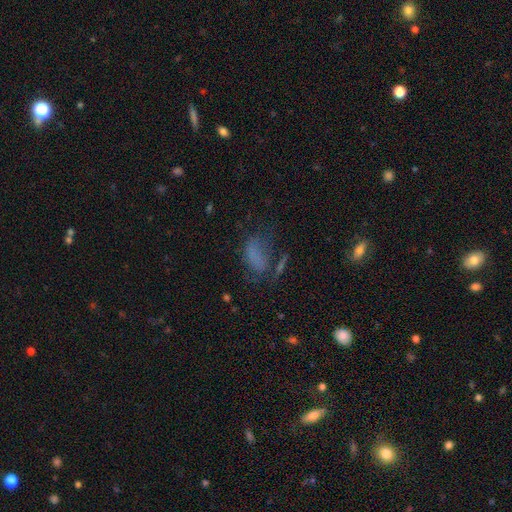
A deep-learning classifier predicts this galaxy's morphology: Smooth or featured?
  - smooth: 60% *
  - star or artifact: 20%
  - featured or disk: 20%
How rounded?
  - in between: 84% *
  - round: 9%
  - cigar-shaped: 7%
Merging?
  - none: 35% *
  - major disturbance: 34%
  - minor disturbance: 22%
  - merger: 8%